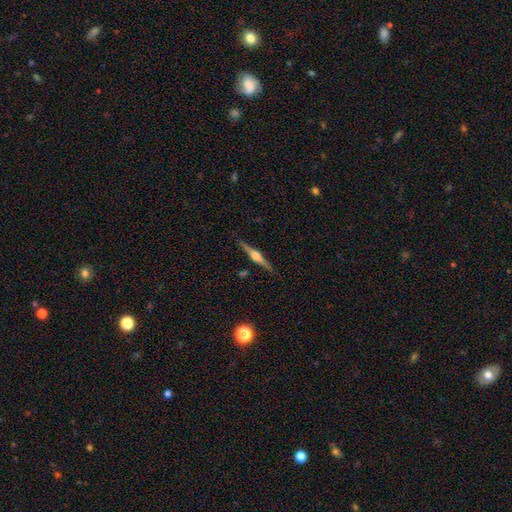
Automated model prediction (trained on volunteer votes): This is likely a featured or disk galaxy (80%). It is clearly viewed edge-on (98%). Edge-on bulge: clearly rounded (92%). Merging: clearly none (90%).